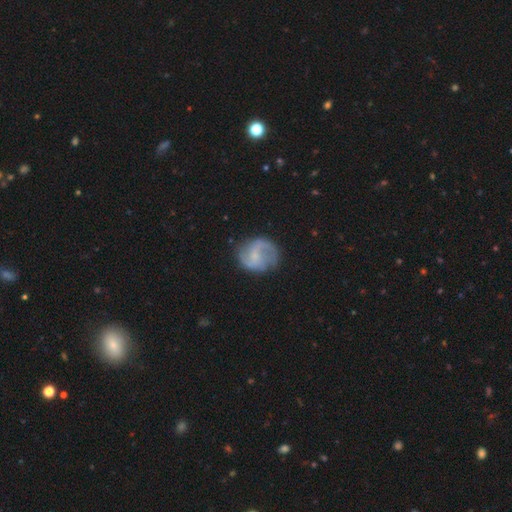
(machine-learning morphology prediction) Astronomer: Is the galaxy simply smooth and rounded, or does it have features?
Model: featured or disk — 69%.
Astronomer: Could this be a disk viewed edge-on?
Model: no — 98%.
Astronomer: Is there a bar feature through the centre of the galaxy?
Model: weak — 48% (runner-up: no, 41%).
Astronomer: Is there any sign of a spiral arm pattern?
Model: yes — 91%.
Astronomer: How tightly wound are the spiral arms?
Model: medium — 43% (runner-up: loose, 40%).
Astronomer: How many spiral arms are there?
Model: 2 — 78%.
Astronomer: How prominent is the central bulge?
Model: small — 52%.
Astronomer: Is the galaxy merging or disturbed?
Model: none — 69%.